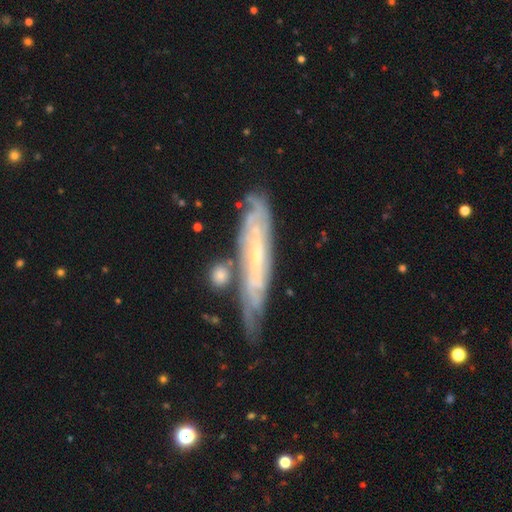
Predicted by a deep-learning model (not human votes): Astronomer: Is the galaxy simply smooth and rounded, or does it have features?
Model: featured or disk — 74%.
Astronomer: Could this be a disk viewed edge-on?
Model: no — 57% (runner-up: yes, 43%).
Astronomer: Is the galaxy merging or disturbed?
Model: none — 62%.